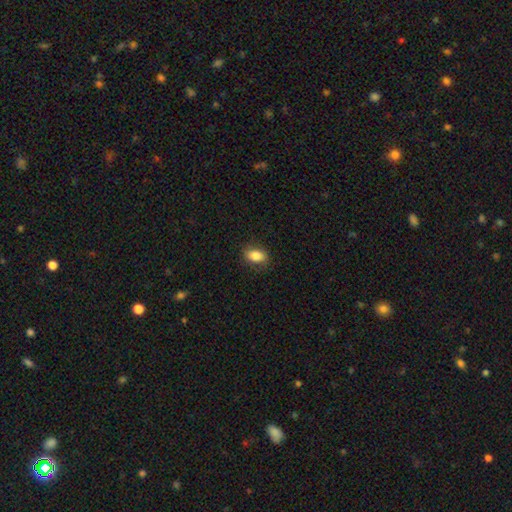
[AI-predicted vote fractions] smooth-or-featured: smooth: 84% | star or artifact: 8% | featured or disk: 8%
  how-rounded: in between: 85% | round: 12% | cigar-shaped: 2%
  merging: none: 85% | minor disturbance: 11% | major disturbance: 3% | merger: 1%